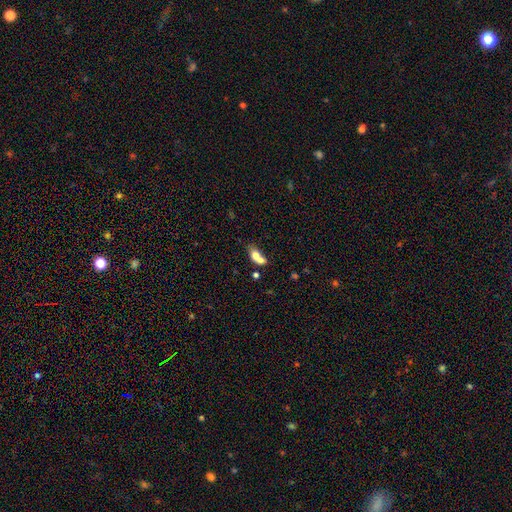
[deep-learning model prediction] Overall: smooth (69%). How rounded: in between (71%). Merging: merger (63%; none 24%).